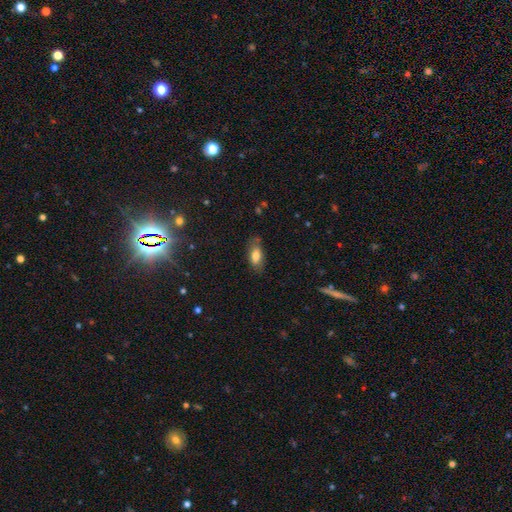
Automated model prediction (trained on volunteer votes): Smooth or featured? Predicted: smooth (p=0.75). How rounded? Predicted: in between (p=0.85). Merging? Predicted: none (p=0.71).